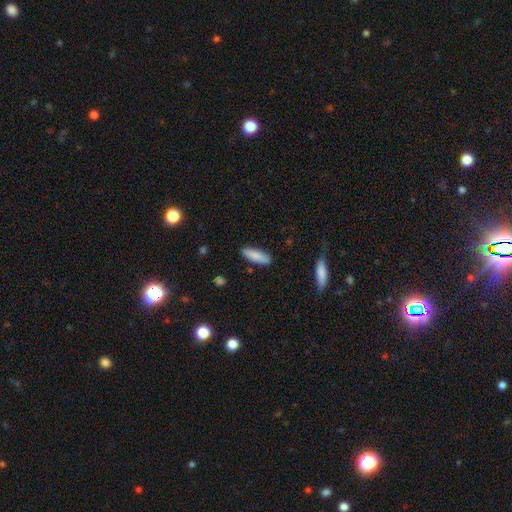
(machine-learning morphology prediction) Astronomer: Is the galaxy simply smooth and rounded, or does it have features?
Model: smooth — 84%.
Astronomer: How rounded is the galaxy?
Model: in between — 51% (runner-up: cigar-shaped, 47%).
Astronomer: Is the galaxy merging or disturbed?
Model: none — 84%.